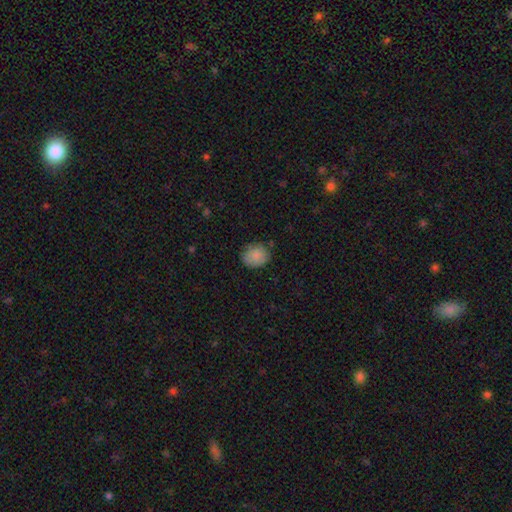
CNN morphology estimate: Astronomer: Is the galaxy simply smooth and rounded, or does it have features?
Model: smooth — 85%.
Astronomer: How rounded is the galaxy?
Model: round — 60% (runner-up: in between, 39%).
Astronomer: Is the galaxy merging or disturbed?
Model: none — 77%.